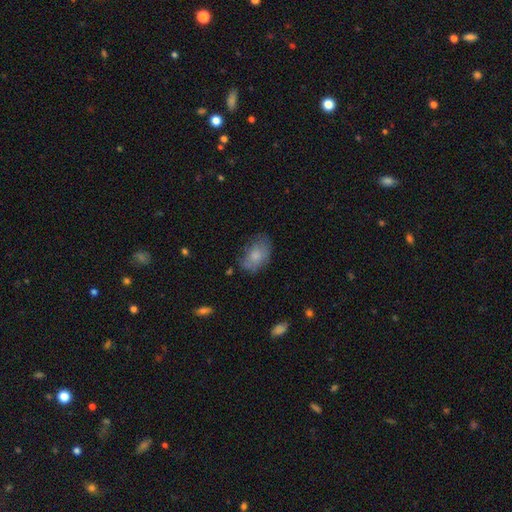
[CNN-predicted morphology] Smooth or featured? Predicted: smooth (p=0.75). How rounded? Predicted: in between (p=0.87). Merging? Predicted: none (p=0.58).